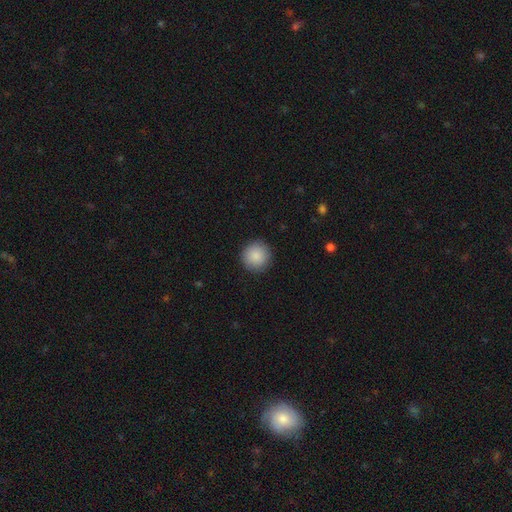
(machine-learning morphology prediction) Overall: smooth (89%). How rounded: round (95%). Merging: none (91%).